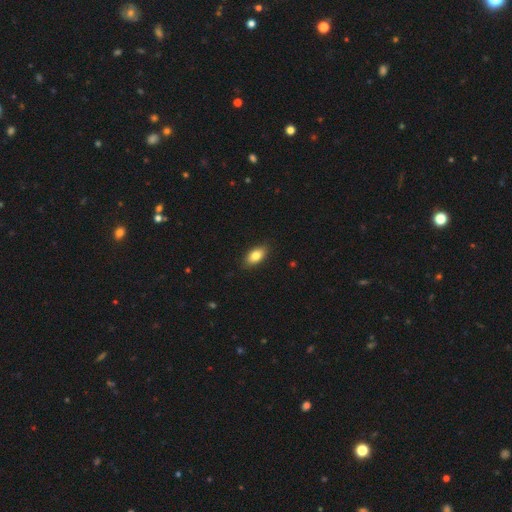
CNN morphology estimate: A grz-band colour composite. It shows a smooth galaxy with no disk features (83%) that is in between round and cigar-shaped (91%). Merging: none (87%).